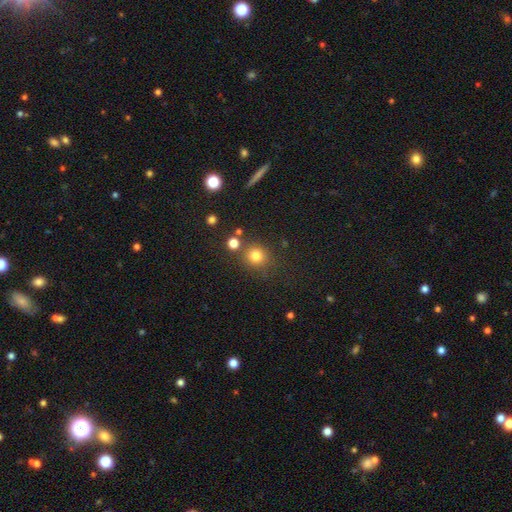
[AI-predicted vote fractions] smooth_or_featured: smooth (p=0.79) [alt: star or artifact p=0.15]
how_rounded: round (p=0.90) [alt: in between p=0.09]
merging: none (p=0.78) [alt: minor disturbance p=0.09]